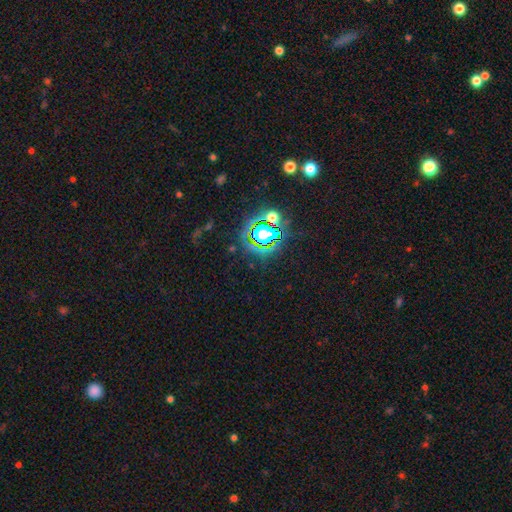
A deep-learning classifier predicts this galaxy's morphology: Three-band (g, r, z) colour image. It shows a star or artifact, not a galaxy (83%).